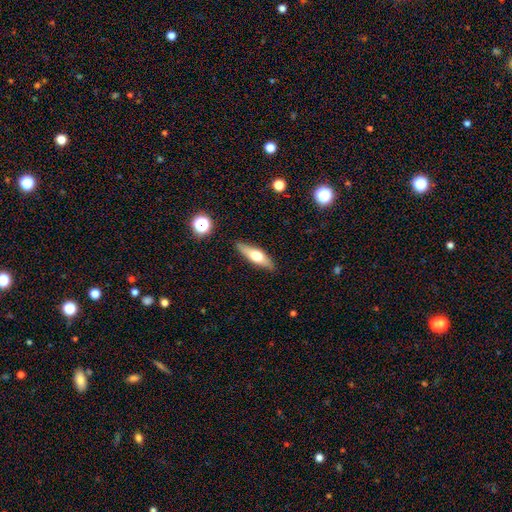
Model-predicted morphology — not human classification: Smooth or featured? smooth (54%)
How rounded? cigar-shaped (55%)
Merging? none (85%)